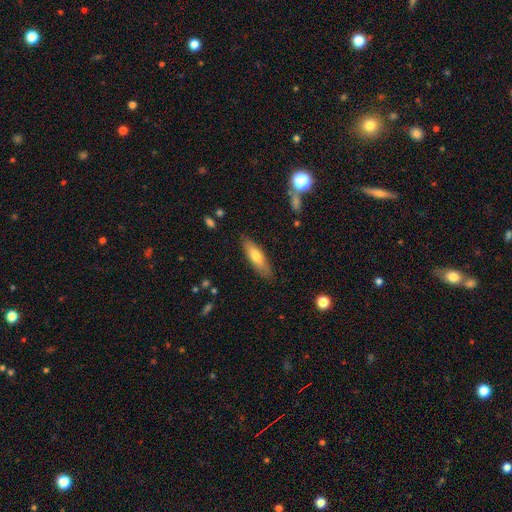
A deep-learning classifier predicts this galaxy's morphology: The model was most divided on "how rounded": cigar-shaped: 58%, in between: 40%, round: 2%. More confident: merging — none (85%); smooth or featured — smooth (69%).